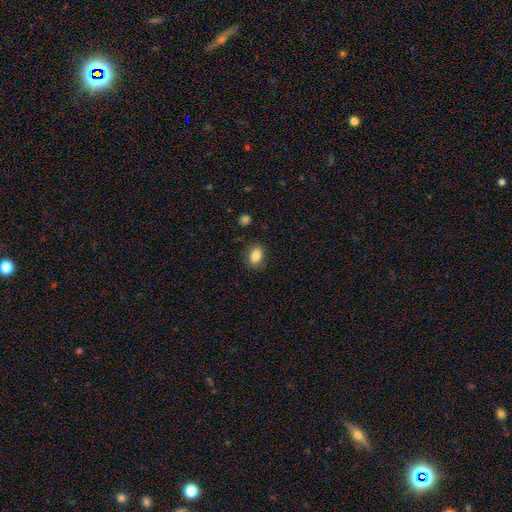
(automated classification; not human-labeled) This is clearly a smooth galaxy (85%). How rounded: likely in between (78%). Merging: clearly none (83%).